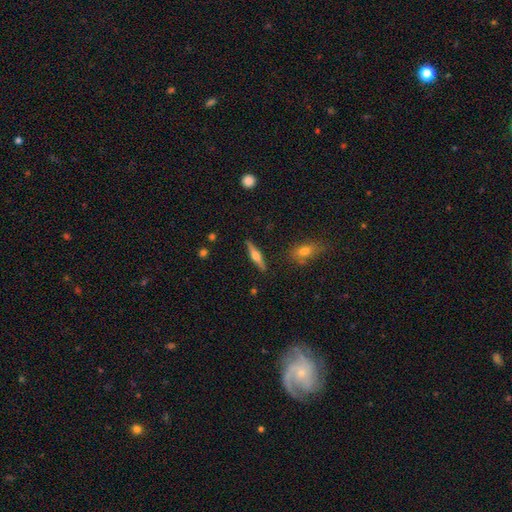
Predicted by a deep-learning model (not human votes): A featured or disk galaxy (62%) viewed edge-on (97%) with a rounded central bulge (92%). Merging: none (88%).